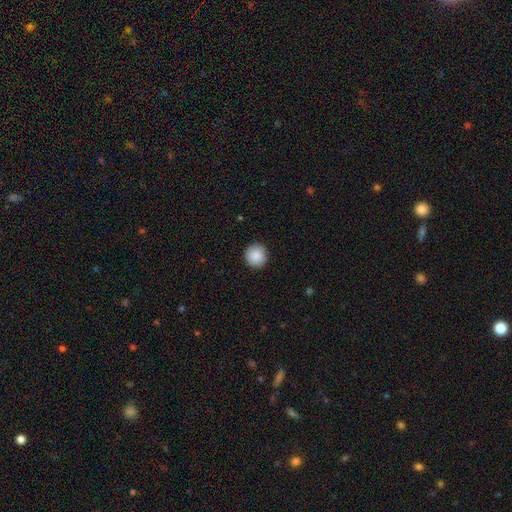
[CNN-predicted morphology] Q: Smooth or featured?
A: smooth (89%); runner-up: star or artifact (7%)
Q: How rounded?
A: round (95%); runner-up: in between (4%)
Q: Merging?
A: none (91%); runner-up: minor disturbance (6%)